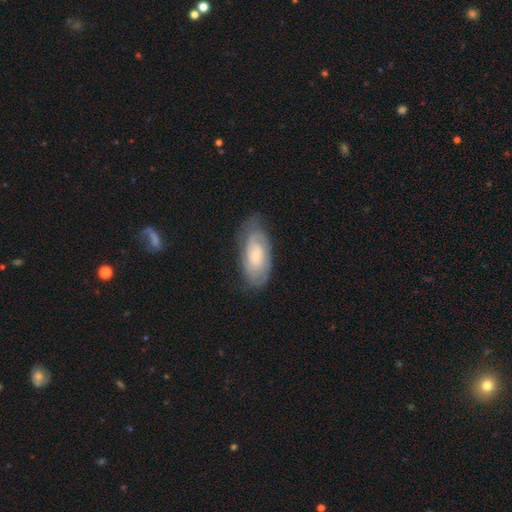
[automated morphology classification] The model was most divided on "spiral arm count": can't tell: 48%, 2: 34%, 3: 7%, 1: 5%, 4: 3%, more than 4: 3%. More confident: edge-on disk — no (93%); spiral arms — yes (84%); bar — no (75%); bulge size — small (70%); merging — none (69%); spiral winding — tight (67%); smooth or featured — featured or disk (64%).